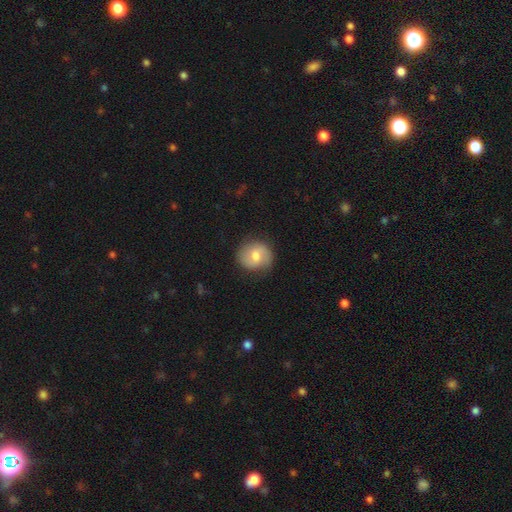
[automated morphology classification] type=smooth (49%); merging=none (80%).